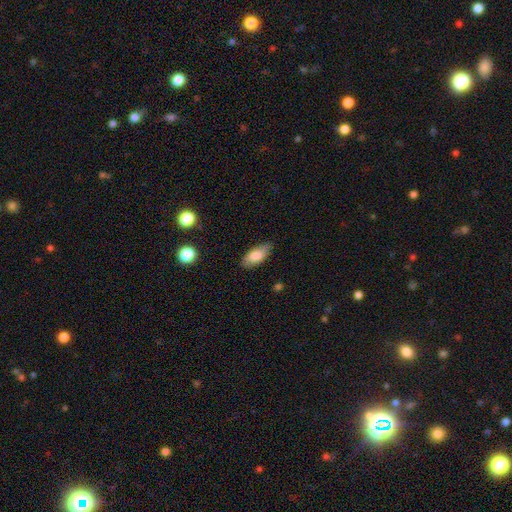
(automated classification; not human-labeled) A smooth galaxy with no disk features (80%) that is in between round and cigar-shaped (85%).

Vote fractions:
- Smooth or featured? smooth: 80% / featured or disk: 13% / star or artifact: 7%
- How rounded? in between: 85% / cigar-shaped: 13% / round: 3%
- Merging? none: 80% / minor disturbance: 16% / major disturbance: 3% / merger: 1%